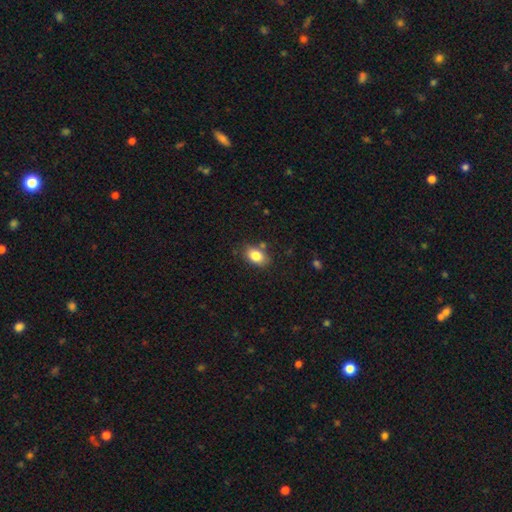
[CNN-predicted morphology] Smooth or featured? Predicted: smooth (p=0.82). How rounded? Predicted: in between (p=0.80). Merging? Predicted: none (p=0.76).